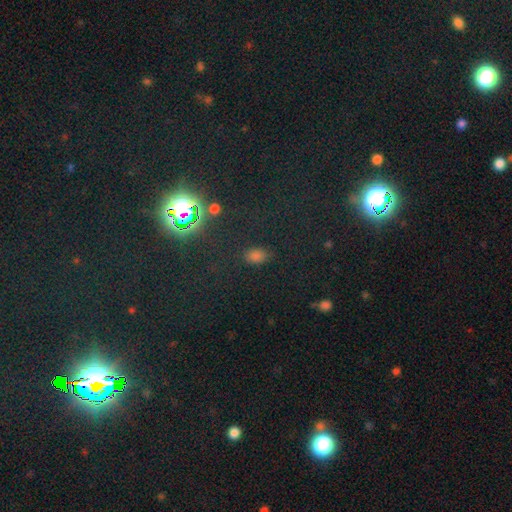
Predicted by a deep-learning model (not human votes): Overall: smooth (59%; star or artifact 35%). How rounded: in between (79%). Merging: none (82%).